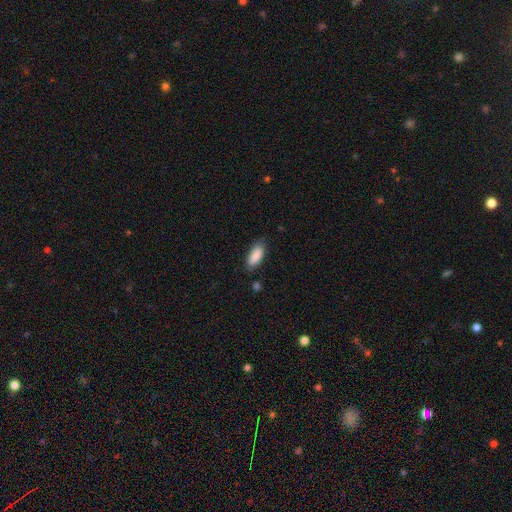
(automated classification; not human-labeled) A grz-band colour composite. It shows a smooth galaxy with no disk features (89%) that is in between round and cigar-shaped (80%). Merging: none (79%).